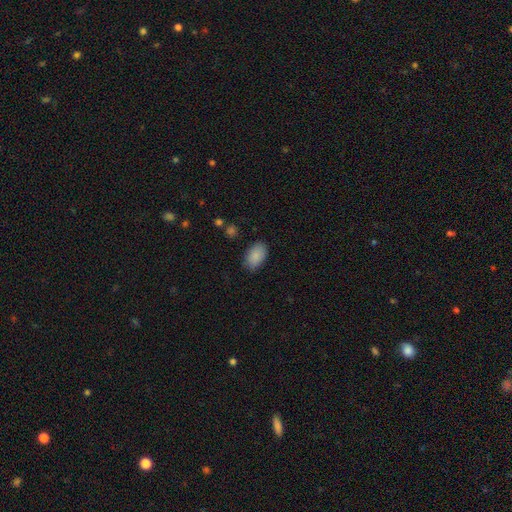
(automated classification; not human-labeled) This is clearly a smooth galaxy (87%). How rounded: clearly in between (91%). Merging: clearly none (82%).